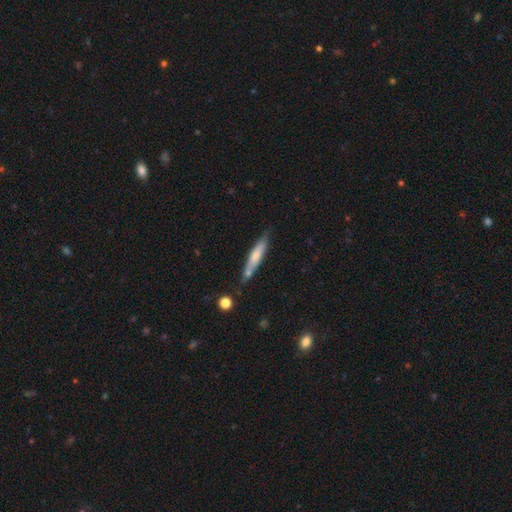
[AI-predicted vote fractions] Smooth or featured? smooth (65%)
How rounded? cigar-shaped (88%)
Merging? none (69%)